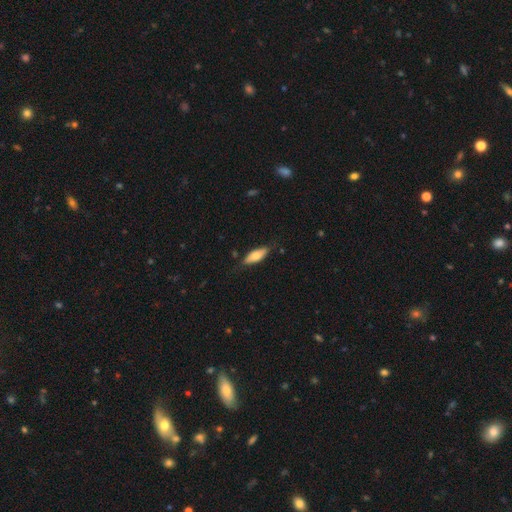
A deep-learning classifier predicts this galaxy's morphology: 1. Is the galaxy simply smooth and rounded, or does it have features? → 69% smooth, 25% featured or disk, 6% star or artifact.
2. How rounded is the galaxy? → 68% in between, 30% cigar-shaped, 2% round.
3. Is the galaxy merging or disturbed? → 75% none, 20% minor disturbance, 4% major disturbance, 1% merger.